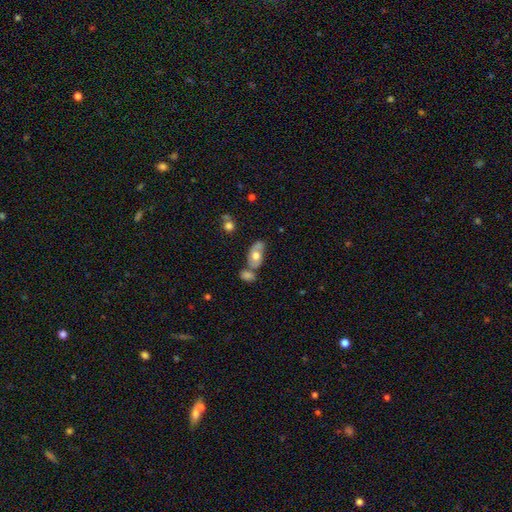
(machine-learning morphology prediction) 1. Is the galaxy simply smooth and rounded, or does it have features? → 56% smooth, 37% featured or disk, 7% star or artifact.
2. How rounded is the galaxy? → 88% in between, 8% round, 4% cigar-shaped.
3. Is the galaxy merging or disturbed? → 45% none, 29% merger, 19% minor disturbance, 7% major disturbance.